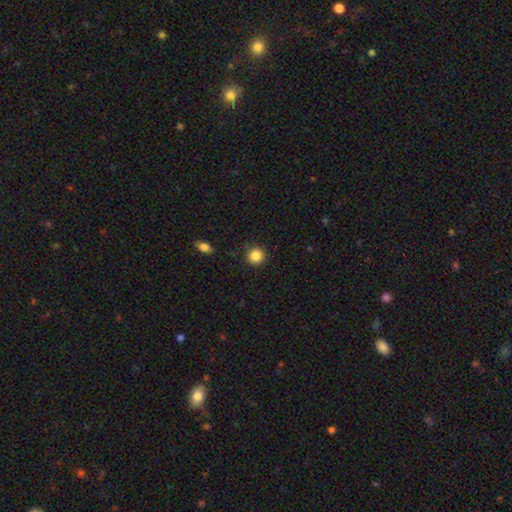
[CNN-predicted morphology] smooth 86%, star or artifact 10%, featured or disk 4%. Down the decision tree: how rounded — round (94%); merging — none (90%).